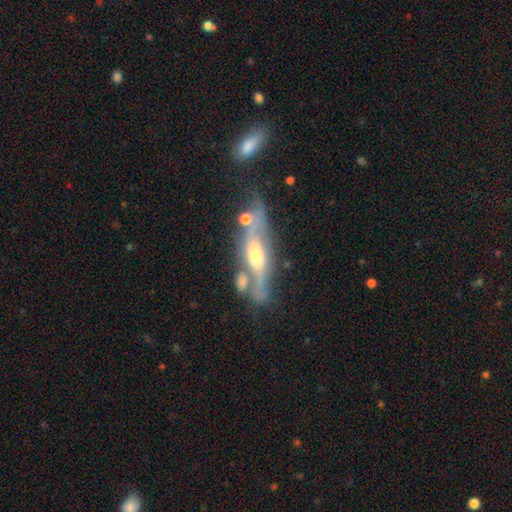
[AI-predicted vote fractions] A featured or disk galaxy (74%) viewed edge-on (51%). Merging: none (48%).